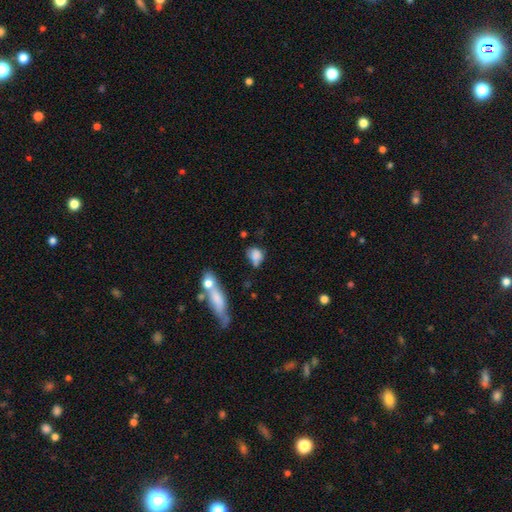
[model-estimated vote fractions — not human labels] Smooth or featured? smooth (76%)
How rounded? in between (61%)
Merging? none (38%)